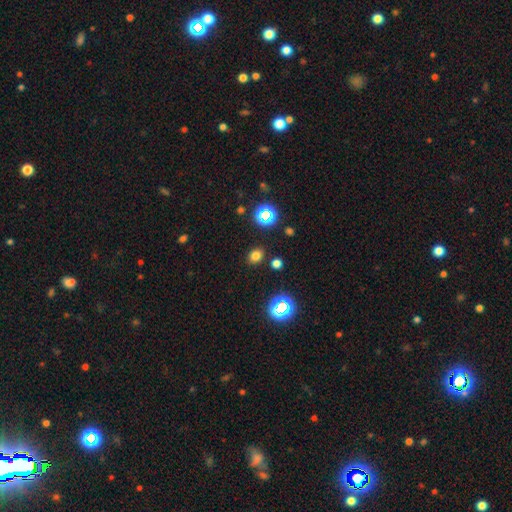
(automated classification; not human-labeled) Smooth or featured? Predicted: smooth (p=0.73). How rounded? Predicted: round (p=0.54). Merging? Predicted: none (p=0.87).